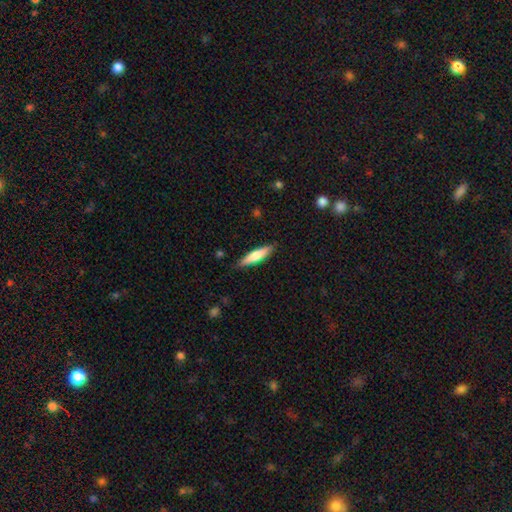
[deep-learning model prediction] The model was most divided on "smooth or featured": smooth: 67%, featured or disk: 27%, star or artifact: 5%. More confident: merging — none (86%); how rounded — cigar-shaped (78%).